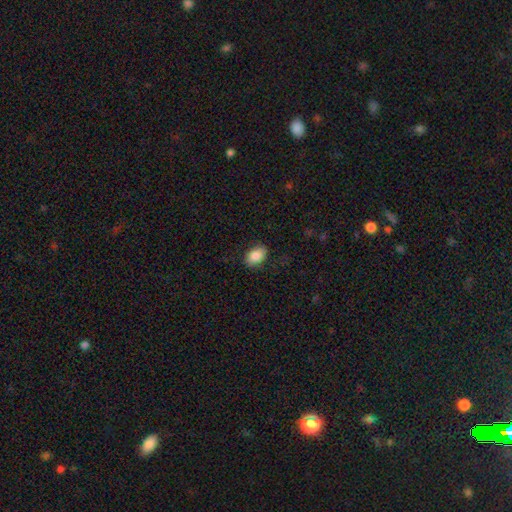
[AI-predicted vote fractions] Overall: smooth (87%). How rounded: in between (83%). Merging: none (86%).